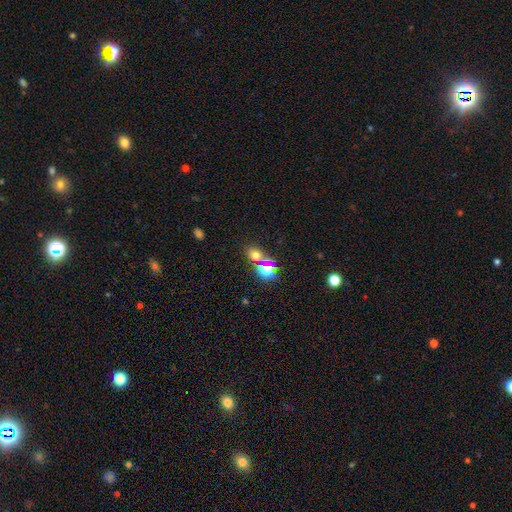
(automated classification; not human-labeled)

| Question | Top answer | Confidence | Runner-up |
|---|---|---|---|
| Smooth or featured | smooth | 58% | star or artifact (33%) |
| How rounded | round | 61% | in between (37%) |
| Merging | none | 65% | merger (23%) |